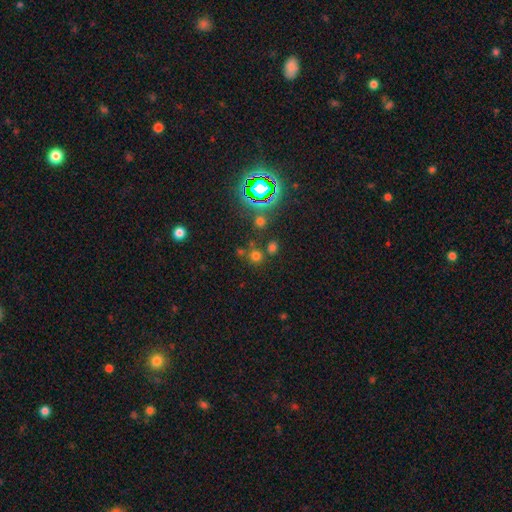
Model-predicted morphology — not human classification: smooth-or-featured: smooth: 57% | star or artifact: 35% | featured or disk: 8%
  how-rounded: round: 89% | in between: 10% | cigar-shaped: 1%
  merging: none: 71% | merger: 16% | minor disturbance: 8% | major disturbance: 4%